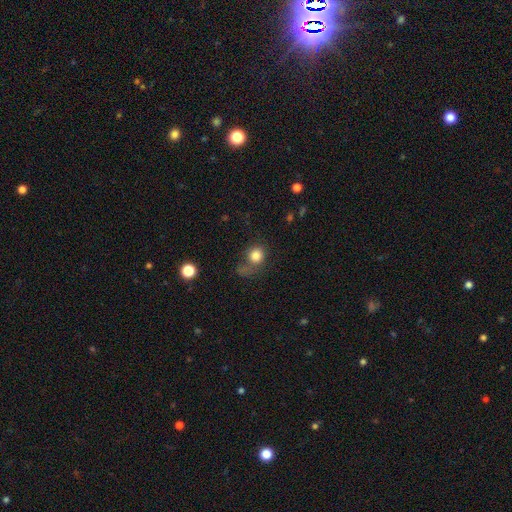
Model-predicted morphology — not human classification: This appears to be a smooth galaxy with no disk features (82%) that is round (80%). Merging: none (47%).